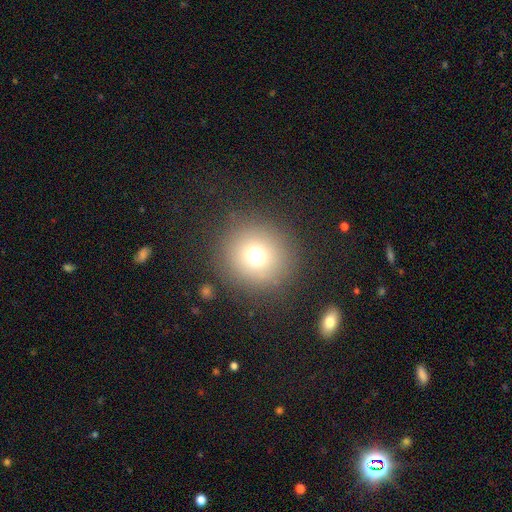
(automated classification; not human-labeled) This appears to be a smooth galaxy with no disk features (71%) that is round (93%). Merging: none (86%).